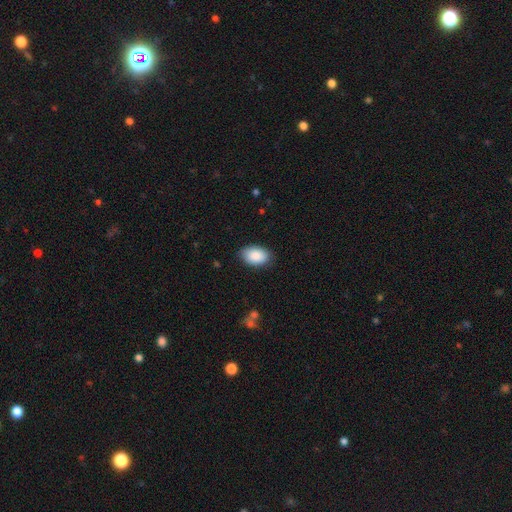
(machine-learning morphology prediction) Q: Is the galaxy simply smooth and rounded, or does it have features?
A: smooth — 88%.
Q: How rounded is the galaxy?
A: in between — 91%.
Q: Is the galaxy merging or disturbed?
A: none — 83%.